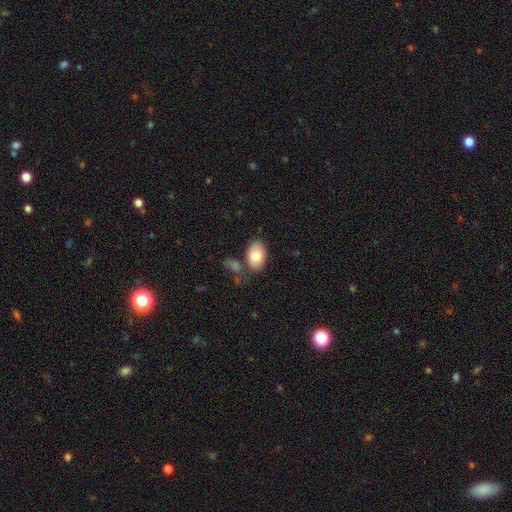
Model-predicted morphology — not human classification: smooth_or_featured: smooth (p=0.80) [alt: featured or disk p=0.13]
how_rounded: in between (p=0.88) [alt: round p=0.11]
merging: none (p=0.73) [alt: minor disturbance p=0.14]